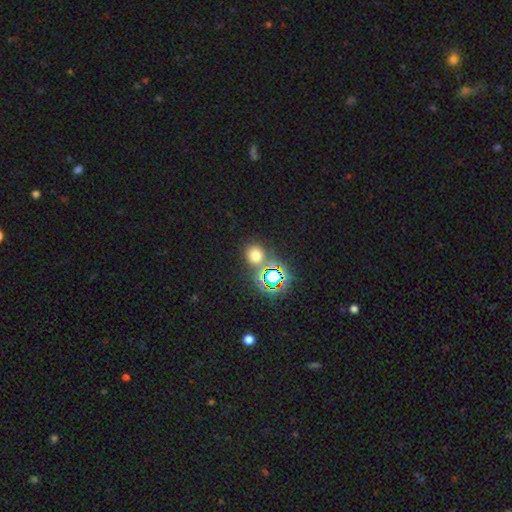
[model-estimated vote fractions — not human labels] Smooth or featured? smooth (60%)
How rounded? round (85%)
Merging? none (73%)